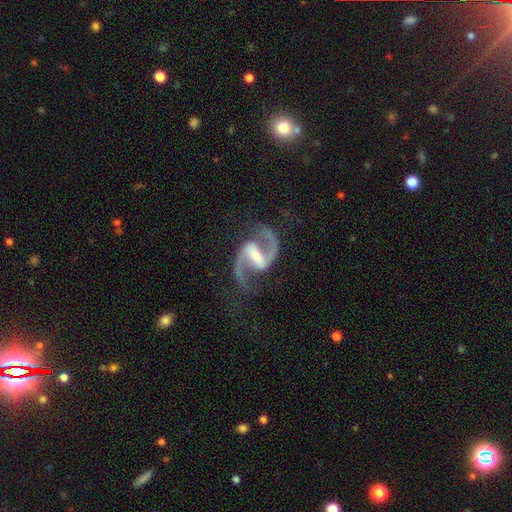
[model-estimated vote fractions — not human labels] Smooth or featured? featured or disk (94%)
Edge-on disk? no (98%)
Bar? strong (57%)
Spiral arms? yes (98%)
Spiral winding? medium (61%)
Spiral arm count? 2 (95%)
Bulge size? moderate (47%)
Merging? none (79%)